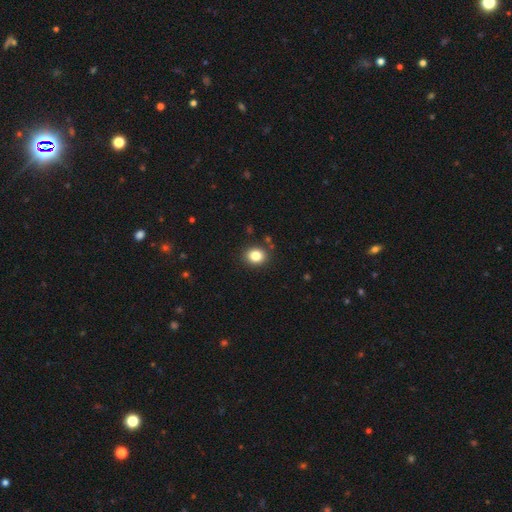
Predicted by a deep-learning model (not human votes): Smooth or featured?
  - smooth: 84% *
  - star or artifact: 10%
  - featured or disk: 6%
How rounded?
  - round: 63% *
  - in between: 36%
  - cigar-shaped: 1%
Merging?
  - none: 87% *
  - minor disturbance: 8%
  - major disturbance: 2%
  - merger: 2%